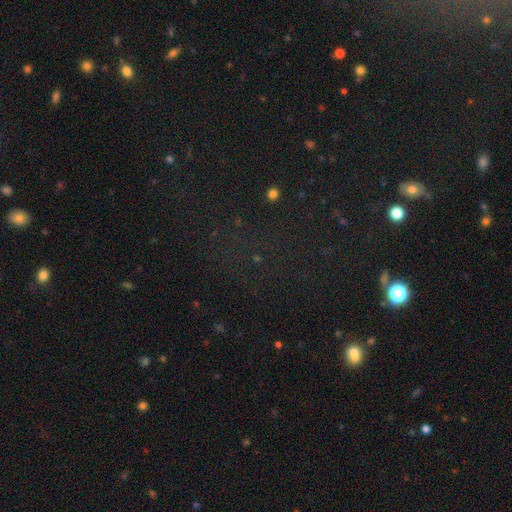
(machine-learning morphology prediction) smooth_or_featured: star or artifact (p=0.65) [alt: smooth p=0.25]